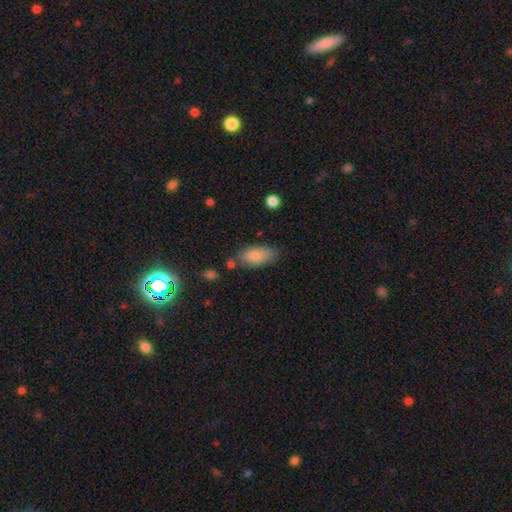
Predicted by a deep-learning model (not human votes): Q: Smooth or featured?
A: smooth (84%); runner-up: featured or disk (10%)
Q: How rounded?
A: in between (90%); runner-up: cigar-shaped (7%)
Q: Merging?
A: none (71%); runner-up: minor disturbance (19%)